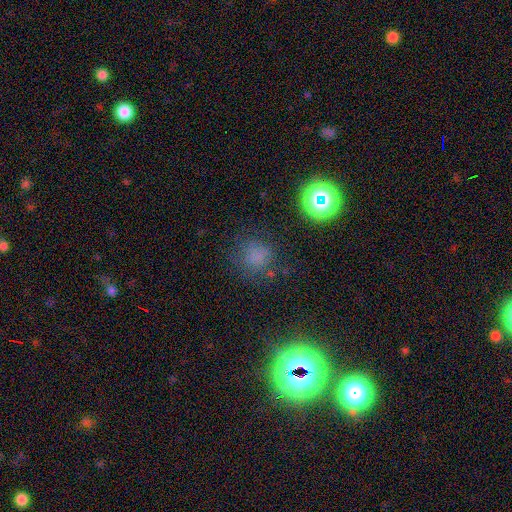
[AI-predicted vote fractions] Morphology: type=smooth (66%); roundness=round (86%); merging=none (74%).